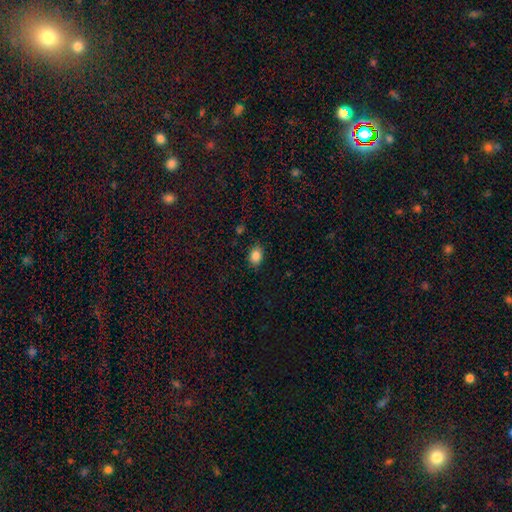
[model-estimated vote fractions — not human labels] smooth_or_featured: smooth (p=0.86) [alt: star or artifact p=0.10]
how_rounded: in between (p=0.72) [alt: round p=0.27]
merging: none (p=0.84) [alt: minor disturbance p=0.12]